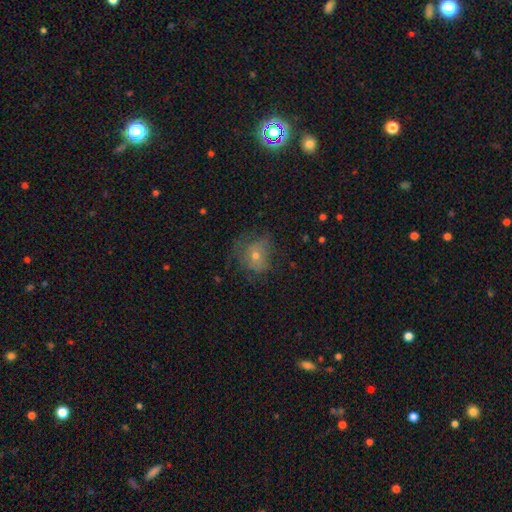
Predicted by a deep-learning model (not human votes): Smooth or featured? smooth (42%)
Merging? none (54%)